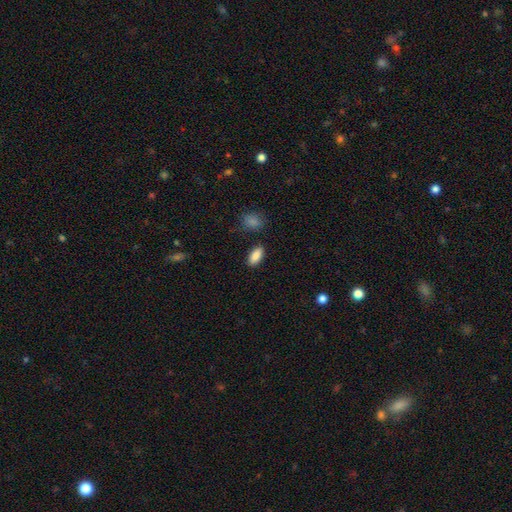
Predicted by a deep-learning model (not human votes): A smooth galaxy with no disk features (89%) that is in between round and cigar-shaped (90%).

Vote fractions:
- Smooth or featured? smooth: 89% / star or artifact: 7% / featured or disk: 5%
- How rounded? in between: 90% / cigar-shaped: 7% / round: 3%
- Merging? none: 86% / minor disturbance: 9% / major disturbance: 2% / merger: 2%